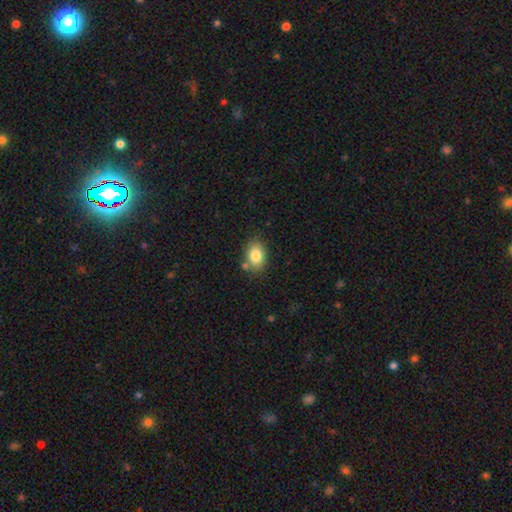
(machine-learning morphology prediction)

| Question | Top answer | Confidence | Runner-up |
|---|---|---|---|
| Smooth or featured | smooth | 83% | featured or disk (9%) |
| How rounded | in between | 77% | round (21%) |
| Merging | none | 74% | minor disturbance (15%) |